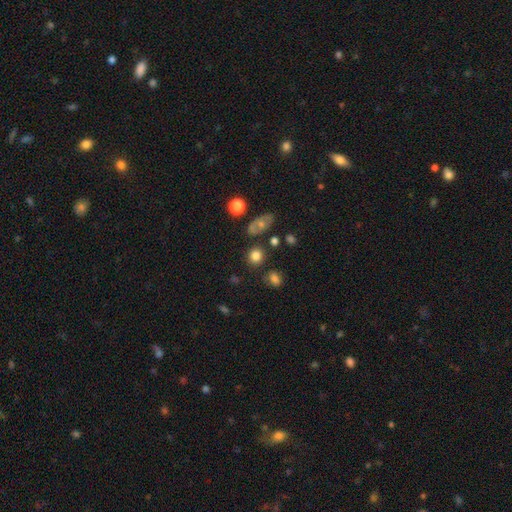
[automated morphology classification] A smooth galaxy with no disk features (81%) that is round (82%). Merging: none (79%).